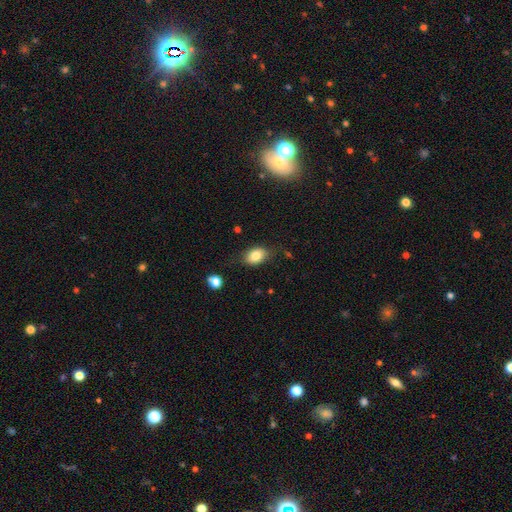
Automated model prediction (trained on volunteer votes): Q: Smooth or featured?
A: smooth (80%); runner-up: featured or disk (11%)
Q: How rounded?
A: in between (80%); runner-up: round (18%)
Q: Merging?
A: none (75%); runner-up: minor disturbance (18%)